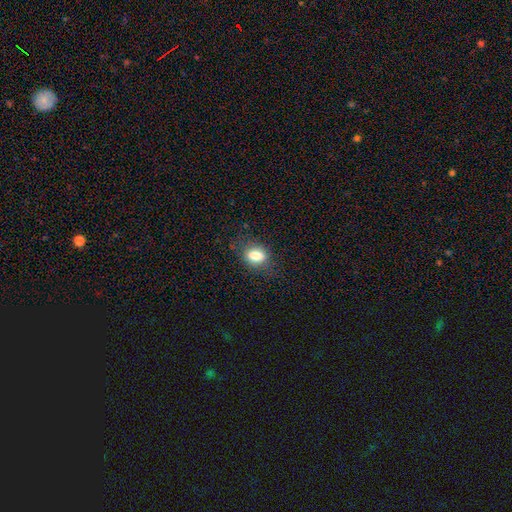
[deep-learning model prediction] Smooth or featured?
  - smooth: 81% *
  - featured or disk: 10%
  - star or artifact: 9%
How rounded?
  - in between: 73% *
  - round: 25%
  - cigar-shaped: 2%
Merging?
  - none: 76% *
  - minor disturbance: 17%
  - major disturbance: 6%
  - merger: 1%